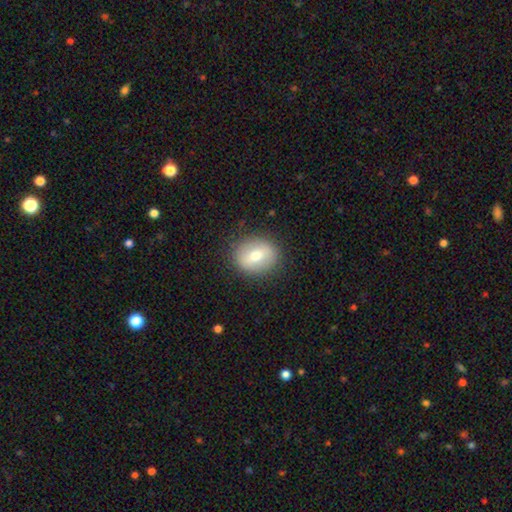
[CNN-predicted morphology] This appears to be a smooth galaxy with no disk features (62%) that is round (60%). Merging: none (86%).